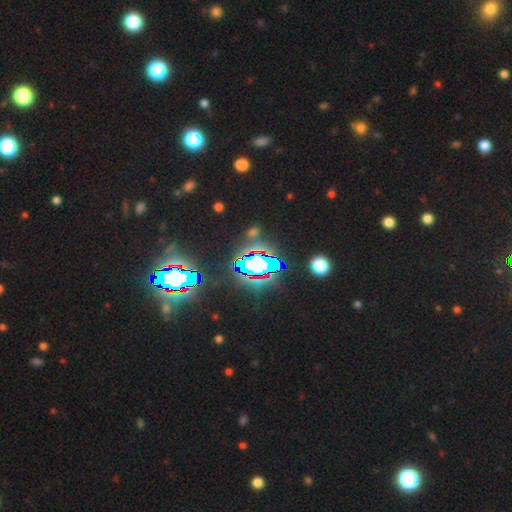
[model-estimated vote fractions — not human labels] Morphology: type=star or artifact (80%).